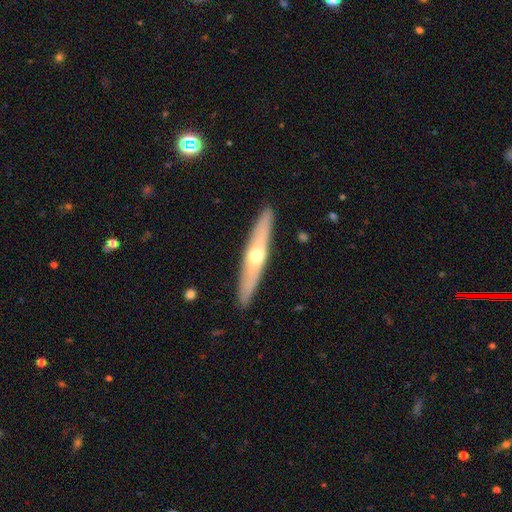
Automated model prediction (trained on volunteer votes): Smooth or featured?
  - featured or disk: 56% *
  - smooth: 39%
  - star or artifact: 5%
Edge-on disk?
  - yes: 89% *
  - no: 11%
Merging?
  - none: 91% *
  - minor disturbance: 7%
  - major disturbance: 1%
  - merger: 1%